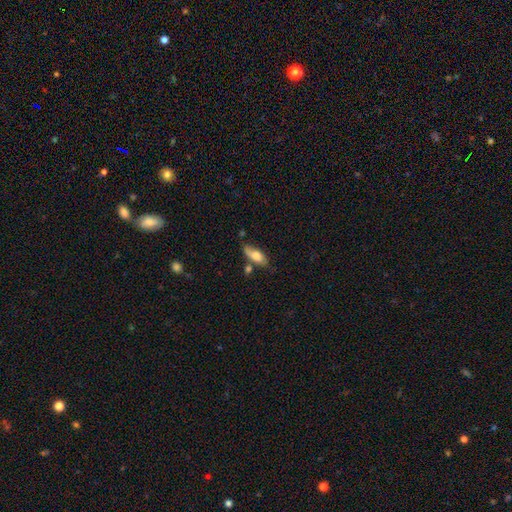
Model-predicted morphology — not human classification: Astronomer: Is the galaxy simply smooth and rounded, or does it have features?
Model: smooth — 71%.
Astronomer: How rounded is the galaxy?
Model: in between — 78%.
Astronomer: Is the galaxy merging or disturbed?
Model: none — 52% (runner-up: minor disturbance, 28%).